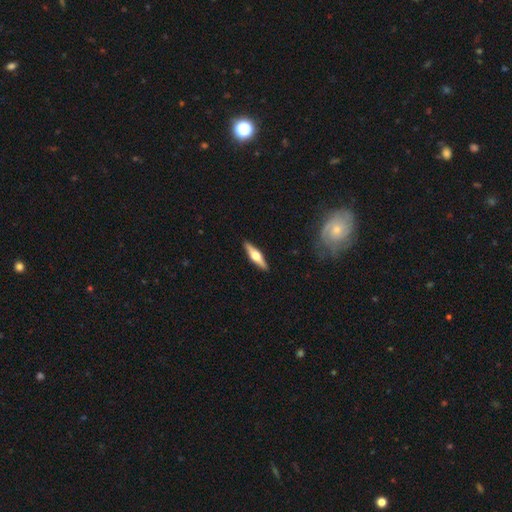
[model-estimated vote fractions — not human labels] The model was most divided on "smooth or featured": featured or disk: 63%, smooth: 32%, star or artifact: 5%. More confident: edge-on disk — yes (96%); edge-on bulge — rounded (95%); merging — none (91%).